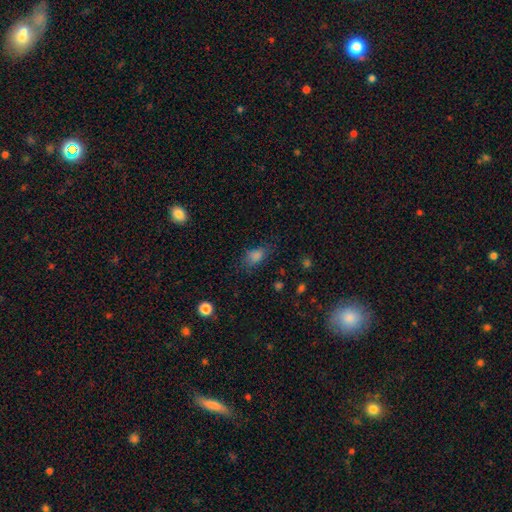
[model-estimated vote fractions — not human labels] Q: Smooth or featured?
A: smooth (77%); runner-up: star or artifact (15%)
Q: How rounded?
A: in between (82%); runner-up: round (11%)
Q: Merging?
A: none (72%); runner-up: minor disturbance (18%)